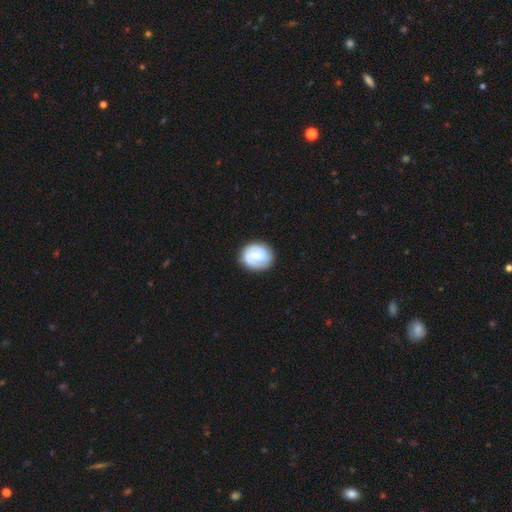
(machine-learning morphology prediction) Smooth or featured? featured or disk (55%)
Edge-on disk? no (98%)
Bar? no (46%)
Spiral arms? yes (85%)
Bulge size? small (53%)
Merging? none (82%)